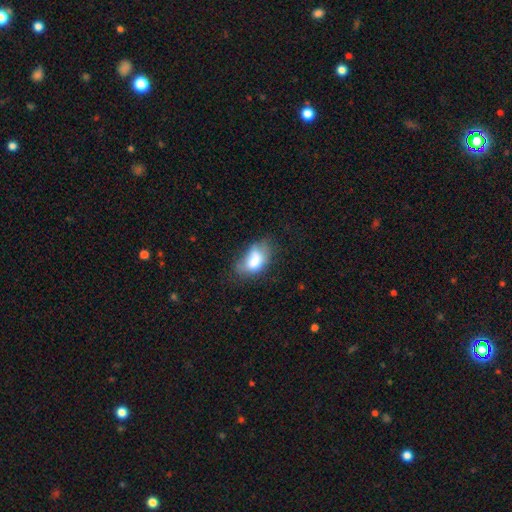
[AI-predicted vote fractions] Smooth or featured? Predicted: smooth (p=0.74). How rounded? Predicted: in between (p=0.89). Merging? Predicted: minor disturbance (p=0.35, tied with none).